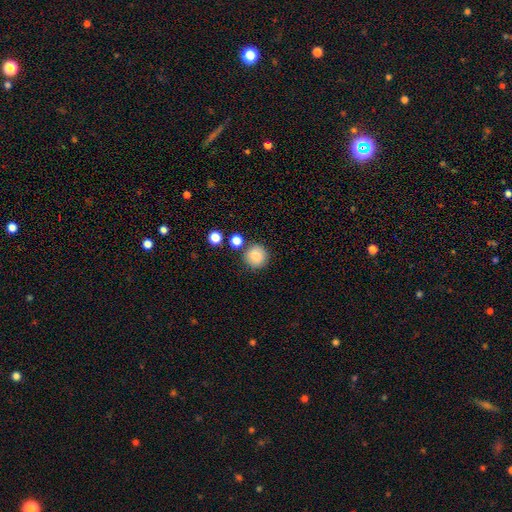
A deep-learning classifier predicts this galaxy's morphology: Smooth or featured? smooth (85%)
How rounded? round (93%)
Merging? none (82%)